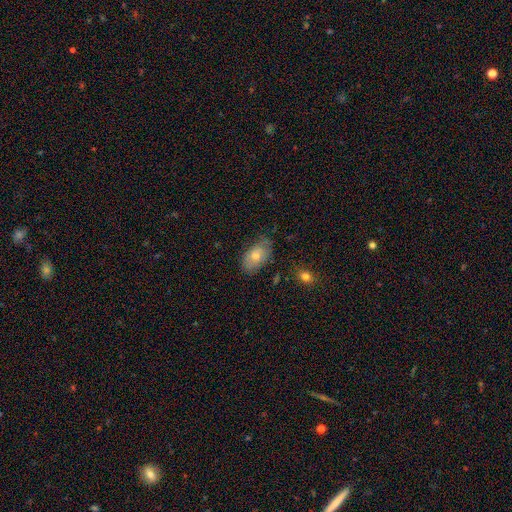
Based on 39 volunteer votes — A smooth galaxy with no disk features (72%) that is in between round and cigar-shaped (93%).

Vote fractions:
- Smooth or featured? smooth: 72% / featured or disk: 28% / star or artifact: 0%
- How rounded? in between: 93% / round: 7% / cigar-shaped: 0%
- Merging? none: 64% / minor disturbance: 31% / major disturbance: 5% / merger: 0%